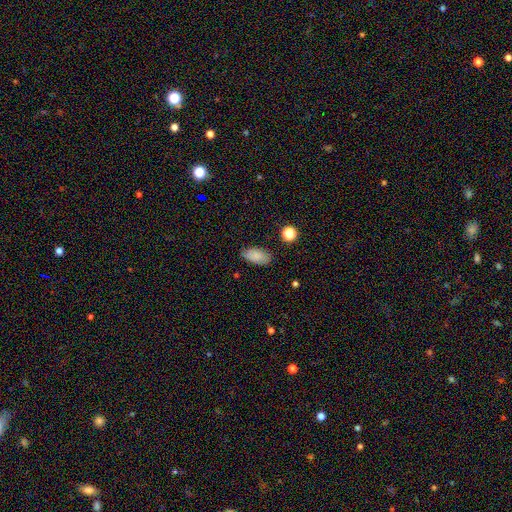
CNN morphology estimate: Smooth or featured? Predicted: smooth (p=0.83). How rounded? Predicted: in between (p=0.93). Merging? Predicted: none (p=0.79).